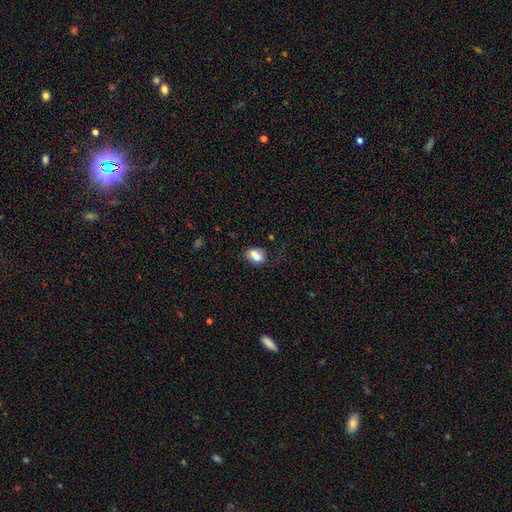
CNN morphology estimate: type=smooth (74%); roundness=in between (60%); merging=none (48%).